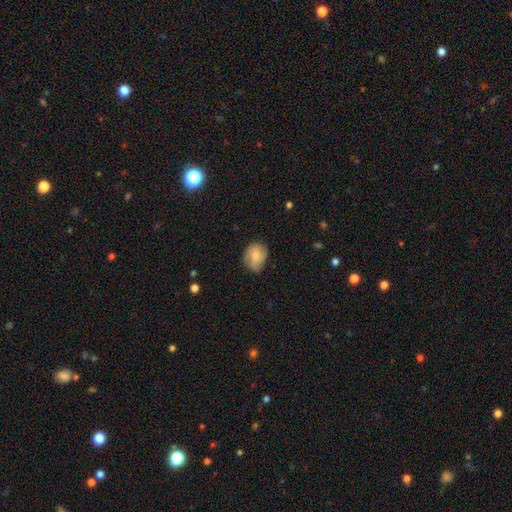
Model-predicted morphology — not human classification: Overall: smooth (72%). How rounded: round (58%; in between 41%). Merging: none (62%; minor disturbance 29%).